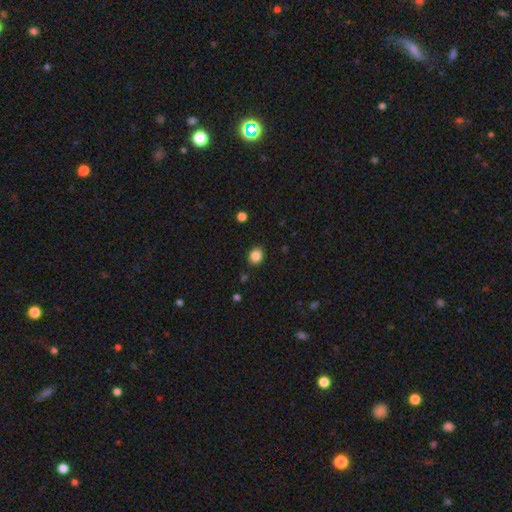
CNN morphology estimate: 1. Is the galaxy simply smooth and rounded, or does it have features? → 86% smooth, 10% star or artifact, 4% featured or disk.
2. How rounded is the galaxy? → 58% round, 41% in between, 1% cigar-shaped.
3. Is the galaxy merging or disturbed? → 88% none, 8% minor disturbance, 2% major disturbance, 2% merger.